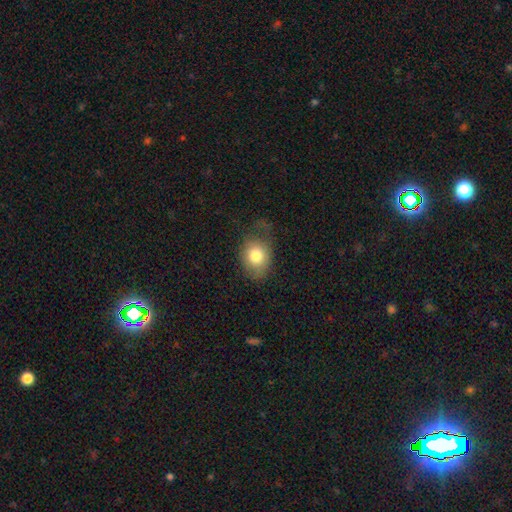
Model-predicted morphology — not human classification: Smooth or featured: smooth — 79% (featured or disk — 12%)
How rounded: in between — 55% (round — 44%)
Merging: none — 54% (minor disturbance — 28%)